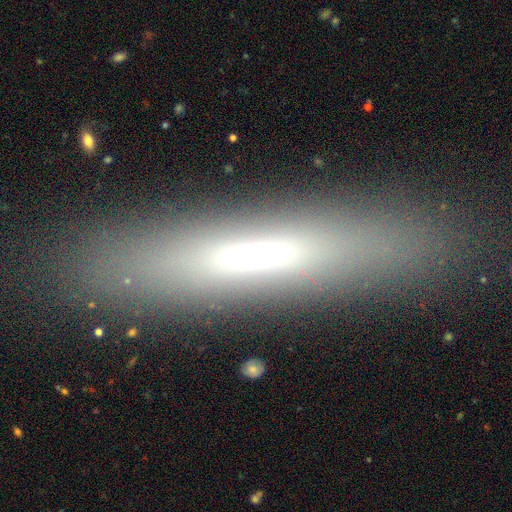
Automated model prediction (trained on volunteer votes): This appears to be a featured or disk galaxy (44%). Merging: none (82%).